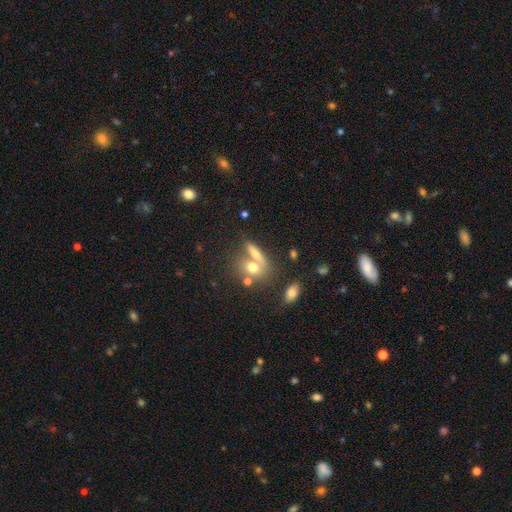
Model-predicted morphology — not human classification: smooth 52%, featured or disk 30%, star or artifact 18%. Down the decision tree: how rounded — in between (50%); merging — none (42%).